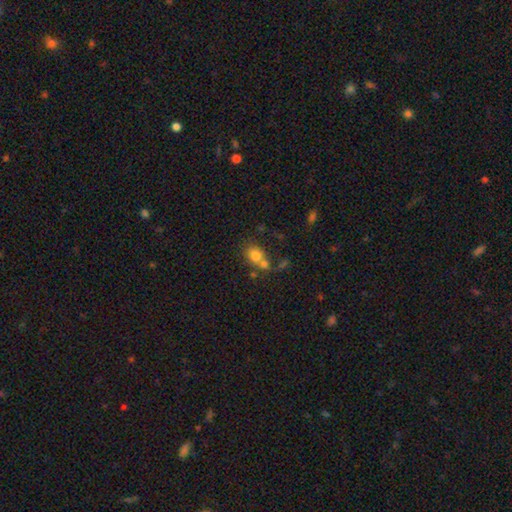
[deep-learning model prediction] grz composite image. It shows a smooth galaxy with no disk features (77%) that is round (65%). Merging: none (45%).